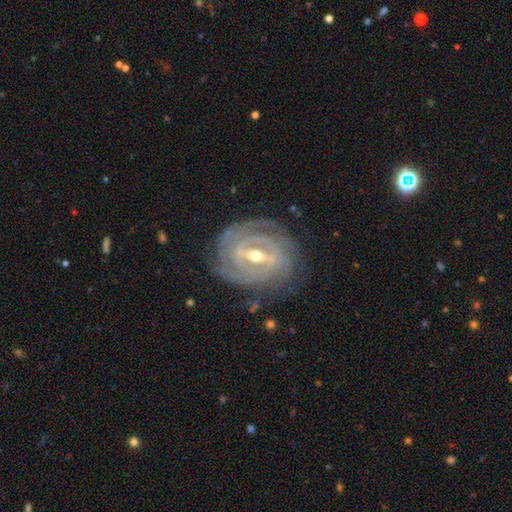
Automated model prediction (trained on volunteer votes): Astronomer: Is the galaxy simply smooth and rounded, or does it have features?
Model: featured or disk — 90%.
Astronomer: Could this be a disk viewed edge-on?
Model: no — 95%.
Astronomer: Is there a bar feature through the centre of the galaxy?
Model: strong — 60%.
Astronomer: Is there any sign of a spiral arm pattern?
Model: yes — 95%.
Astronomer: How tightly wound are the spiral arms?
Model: tight — 80%.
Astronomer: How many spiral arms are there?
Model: can't tell — 29% (runner-up: 3, 22%).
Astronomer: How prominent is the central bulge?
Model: moderate — 59% (runner-up: small, 37%).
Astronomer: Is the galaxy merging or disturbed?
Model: none — 78%.